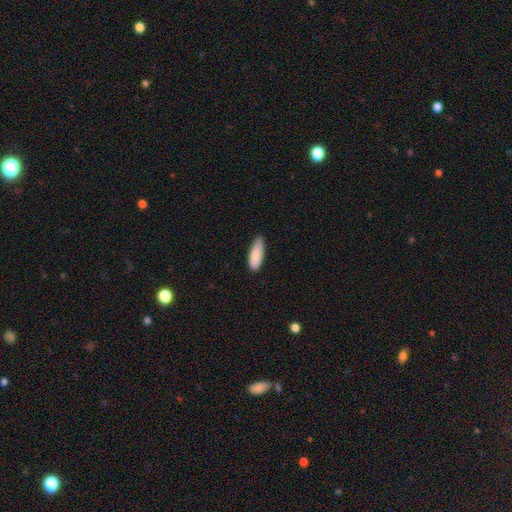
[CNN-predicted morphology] This appears to be a smooth galaxy with no disk features (86%) that is in between round and cigar-shaped (63%). Merging: none (79%).